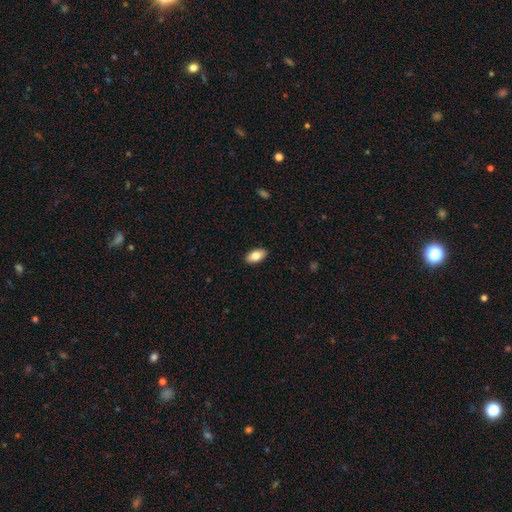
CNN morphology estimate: Smooth or featured?
  - smooth: 81% *
  - featured or disk: 12%
  - star or artifact: 7%
How rounded?
  - in between: 94% *
  - round: 3%
  - cigar-shaped: 3%
Merging?
  - none: 90% *
  - minor disturbance: 8%
  - major disturbance: 2%
  - merger: 1%